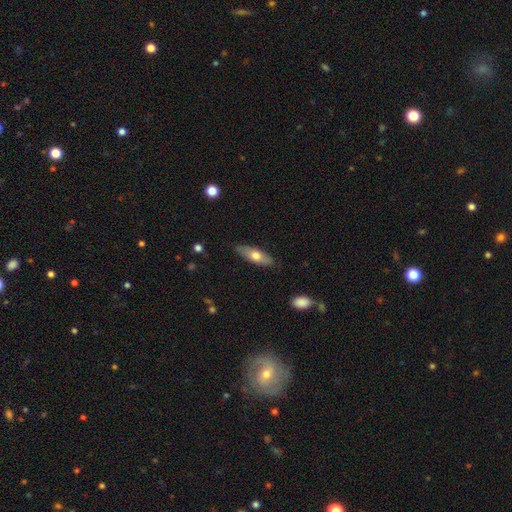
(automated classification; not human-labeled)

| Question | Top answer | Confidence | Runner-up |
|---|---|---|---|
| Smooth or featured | smooth | 62% | featured or disk (32%) |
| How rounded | in between | 55% | cigar-shaped (42%) |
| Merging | none | 85% | minor disturbance (12%) |